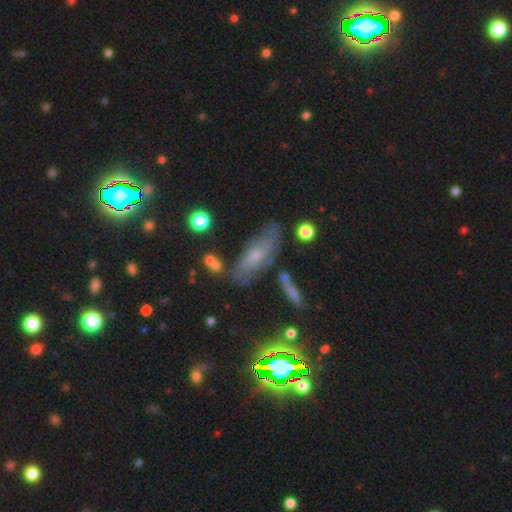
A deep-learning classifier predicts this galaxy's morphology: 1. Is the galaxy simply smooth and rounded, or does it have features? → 43% featured or disk, 40% smooth, 17% star or artifact.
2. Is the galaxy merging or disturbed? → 56% none, 25% minor disturbance, 10% major disturbance, 9% merger.